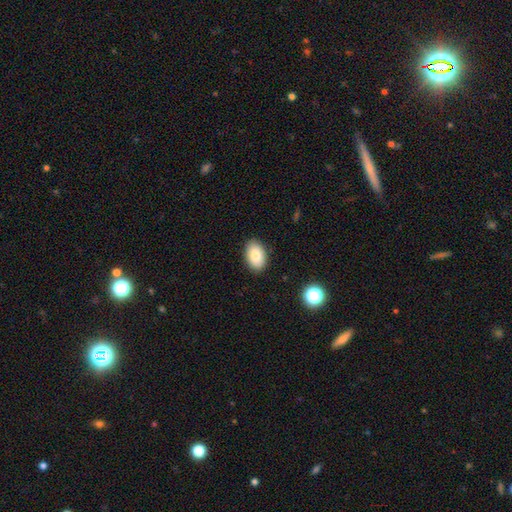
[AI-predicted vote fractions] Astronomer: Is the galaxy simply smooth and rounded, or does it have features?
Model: smooth — 84%.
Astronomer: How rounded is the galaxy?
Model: in between — 91%.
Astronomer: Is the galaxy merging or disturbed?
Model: none — 88%.